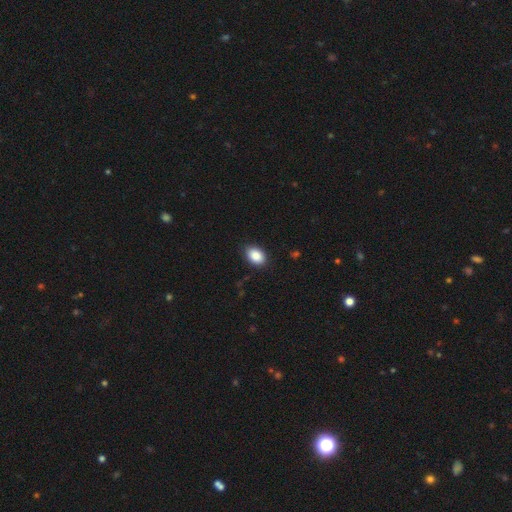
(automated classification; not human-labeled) Smooth or featured?
  - smooth: 88% *
  - star or artifact: 8%
  - featured or disk: 4%
How rounded?
  - in between: 83% *
  - round: 15%
  - cigar-shaped: 1%
Merging?
  - none: 87% *
  - minor disturbance: 10%
  - major disturbance: 2%
  - merger: 1%